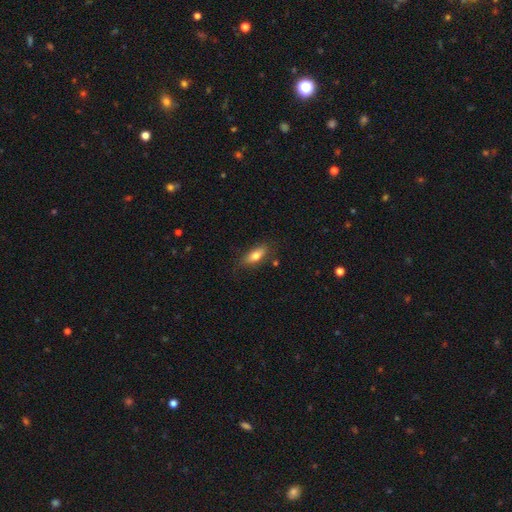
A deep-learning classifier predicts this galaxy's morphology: type=smooth (75%); roundness=in between (76%); merging=none (76%).